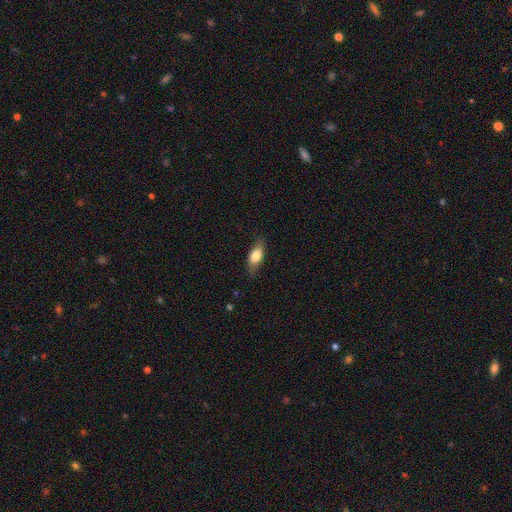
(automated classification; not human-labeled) smooth-or-featured: smooth: 73% | featured or disk: 20% | star or artifact: 7%
  how-rounded: in between: 79% | cigar-shaped: 15% | round: 6%
  merging: none: 77% | minor disturbance: 18% | major disturbance: 4% | merger: 1%